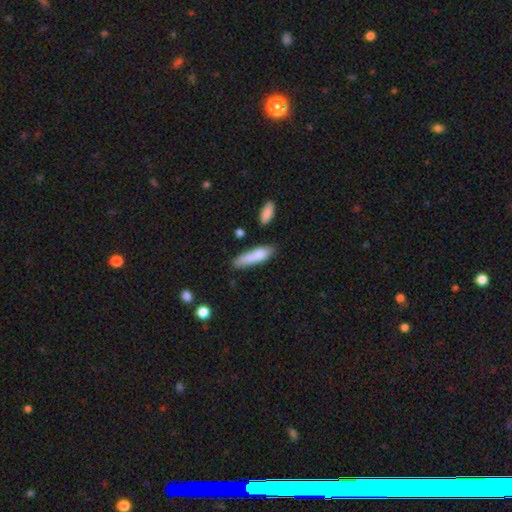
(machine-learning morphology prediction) type=smooth (77%); roundness=cigar-shaped (65%); merging=none (60%).